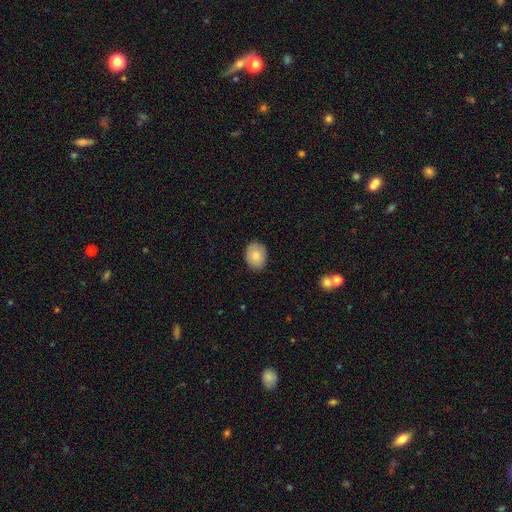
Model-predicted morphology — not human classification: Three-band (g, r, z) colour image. It shows a smooth galaxy with no disk features (81%) that is in between round and cigar-shaped (55%). Merging: none (85%).